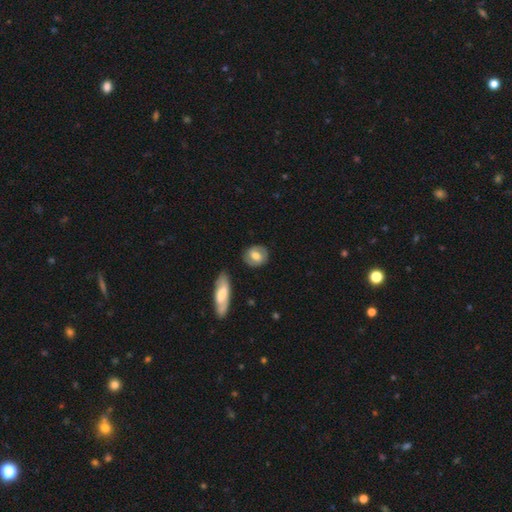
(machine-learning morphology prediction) This appears to be a smooth galaxy with no disk features (57%) that is round (53%). Merging: none (81%).